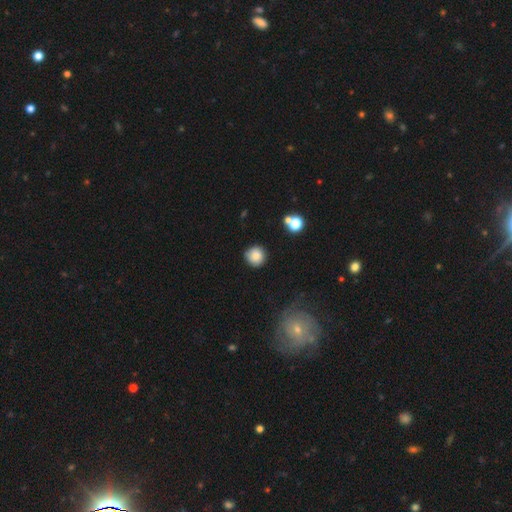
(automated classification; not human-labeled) smooth 83%, star or artifact 10%, featured or disk 7%. Down the decision tree: how rounded — round (93%); merging — none (84%).